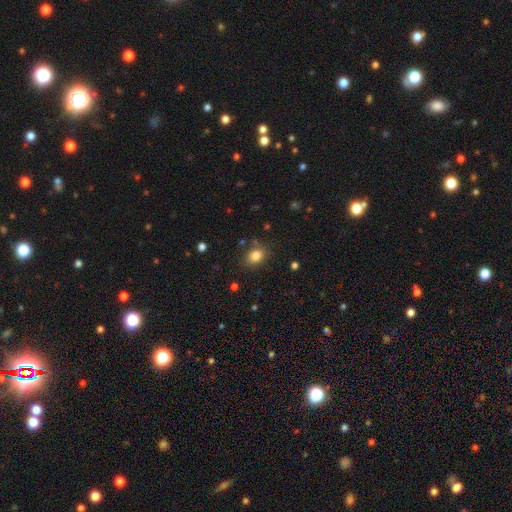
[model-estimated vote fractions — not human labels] This appears to be a smooth galaxy with no disk features (82%) that is in between round and cigar-shaped (64%). Merging: none (81%).